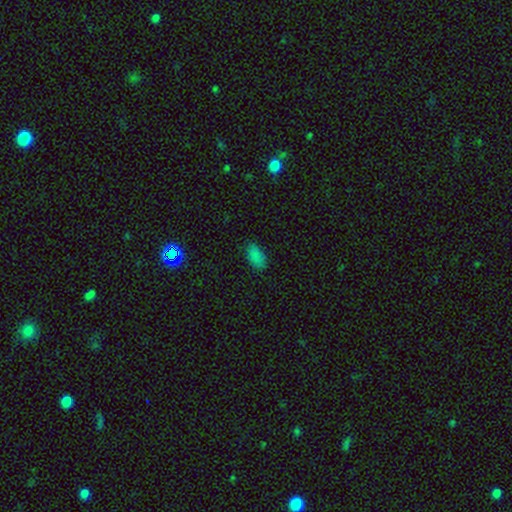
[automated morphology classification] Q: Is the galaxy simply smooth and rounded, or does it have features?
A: smooth — 82%.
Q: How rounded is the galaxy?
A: in between — 93%.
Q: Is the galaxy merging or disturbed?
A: none — 79%.